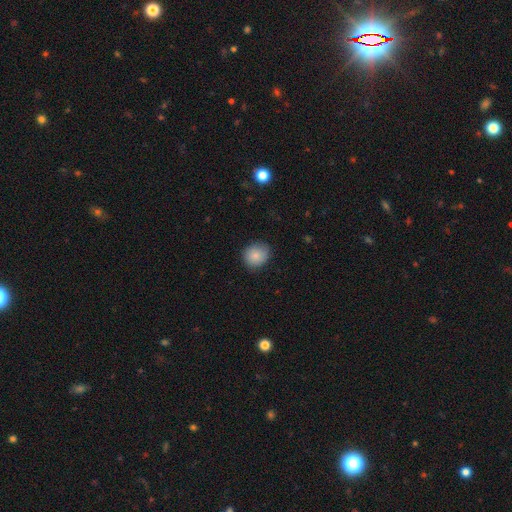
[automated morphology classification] Smooth or featured: smooth — 85% (star or artifact — 8%)
How rounded: round — 78% (in between — 21%)
Merging: none — 83% (minor disturbance — 13%)